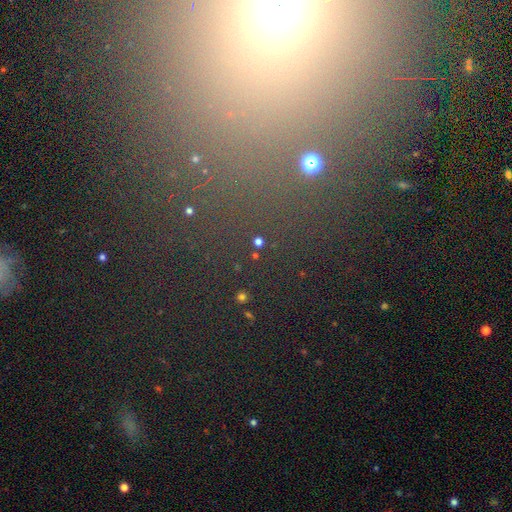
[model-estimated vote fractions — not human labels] Q: Smooth or featured?
A: star or artifact (62%); runner-up: smooth (28%)